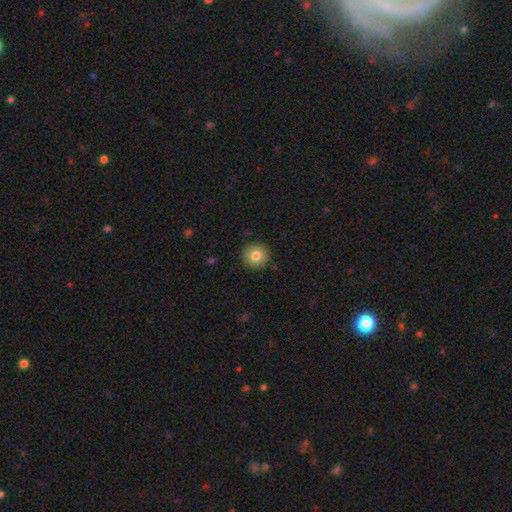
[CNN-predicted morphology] Smooth or featured?
  - smooth: 81% *
  - featured or disk: 11%
  - star or artifact: 9%
How rounded?
  - round: 93% *
  - in between: 6%
  - cigar-shaped: 1%
Merging?
  - none: 91% *
  - minor disturbance: 6%
  - major disturbance: 2%
  - merger: 1%